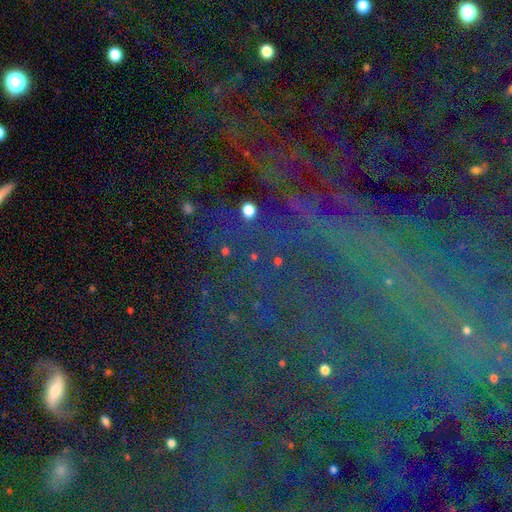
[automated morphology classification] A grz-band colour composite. It shows a star or artifact, not a galaxy (84%).